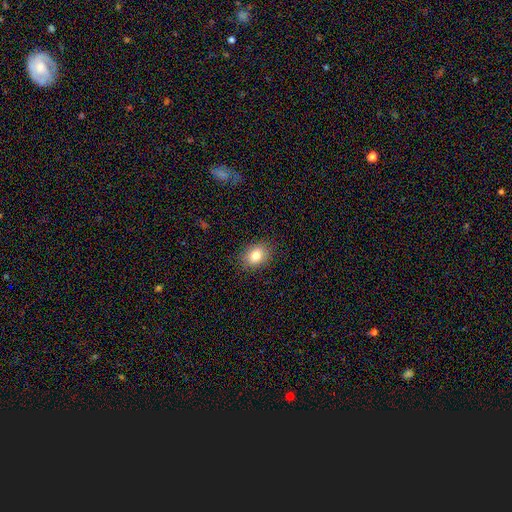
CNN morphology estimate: smooth 82%, star or artifact 10%, featured or disk 9%. Down the decision tree: how rounded — in between (63%); merging — none (88%).